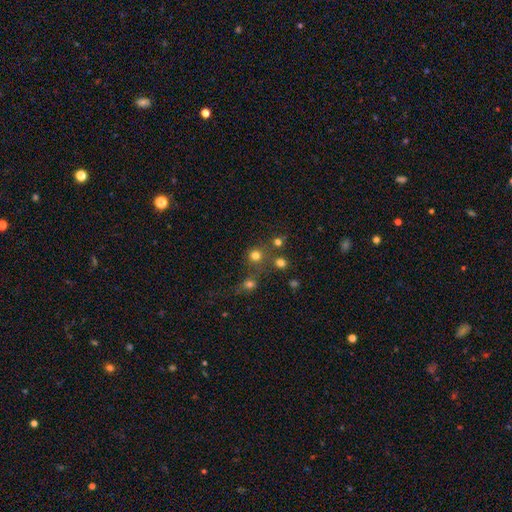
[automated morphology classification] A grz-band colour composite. It shows a smooth galaxy with no disk features (73%) that is round (90%). Merging: none (65%).